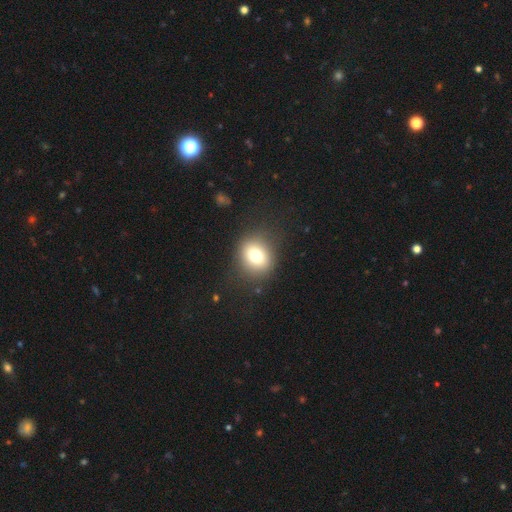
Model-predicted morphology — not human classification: This is likely a smooth galaxy (75%). How rounded: likely round (73%). Merging: clearly none (85%).